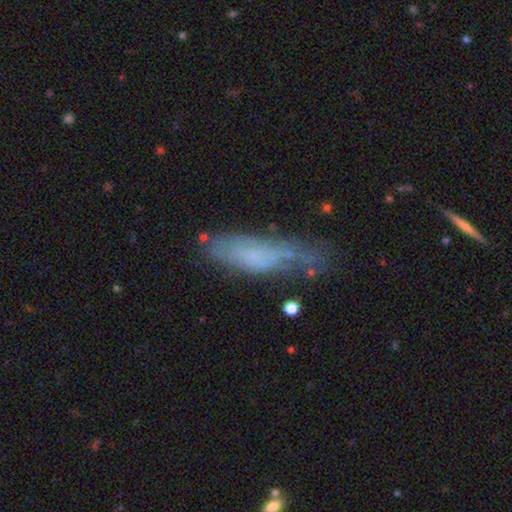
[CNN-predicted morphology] Smooth or featured? smooth (52%)
How rounded? cigar-shaped (54%)
Merging? none (39%)